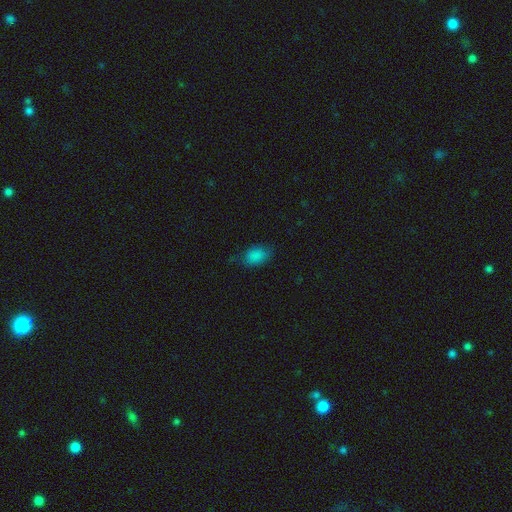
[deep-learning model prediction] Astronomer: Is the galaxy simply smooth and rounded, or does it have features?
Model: smooth — 85%.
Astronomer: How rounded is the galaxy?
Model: in between — 89%.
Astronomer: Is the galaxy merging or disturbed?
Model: none — 67%.